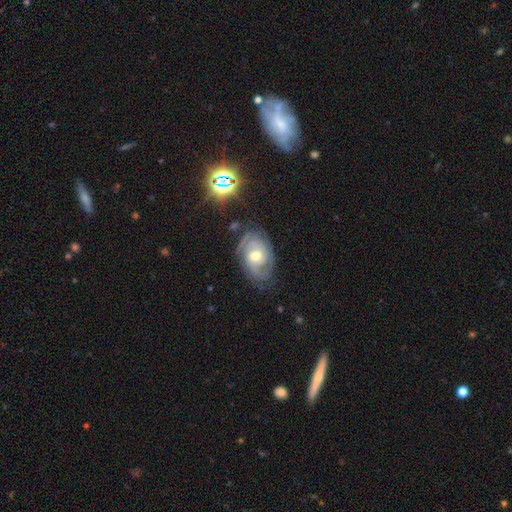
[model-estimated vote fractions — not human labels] smooth-or-featured: featured or disk: 84% | smooth: 9% | star or artifact: 7%
  disk-edge-on: no: 97% | yes: 3%
    bar: no: 57% | weak: 34% | strong: 9%
    has-spiral-arms: yes: 95% | no: 5%
      spiral-winding: tight: 66% | medium: 28% | loose: 6%
      spiral-arm-count: 2: 49% | can't tell: 22% | 3: 17% | 4: 4% | 1: 4% | more than 4: 3%
    bulge-size: moderate: 70% | small: 24% | large: 4% | none: 1% | dominant: 1%
  merging: none: 73% | minor disturbance: 18% | major disturbance: 7% | merger: 2%